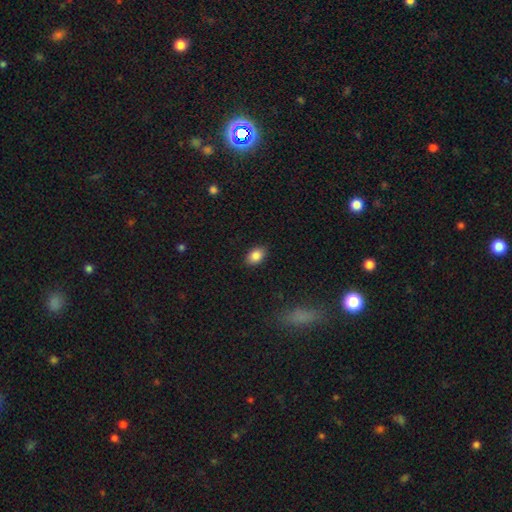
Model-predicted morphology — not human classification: type=smooth (86%); roundness=in between (84%); merging=none (87%).